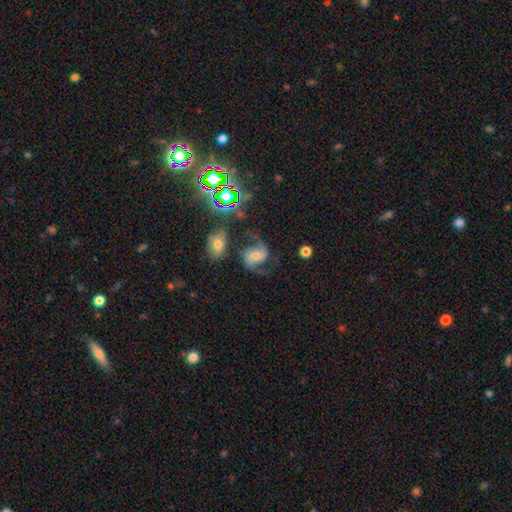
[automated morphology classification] type=featured or disk (77%); edge-on=no (97%); bar=no (46%); spiral arms=yes (95%); winding=medium (46%); arm count=2 (90%); bulge=moderate (51%); merging=none (64%).